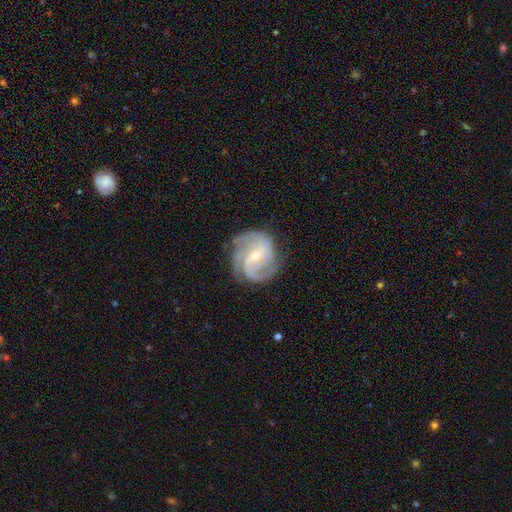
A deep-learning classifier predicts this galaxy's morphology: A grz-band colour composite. It shows a featured or disk galaxy (90%) with a weak bar (53%), 2 (49%) medium (50%) spiral arms (98%) and a small central bulge (62%). Merging: none (76%).